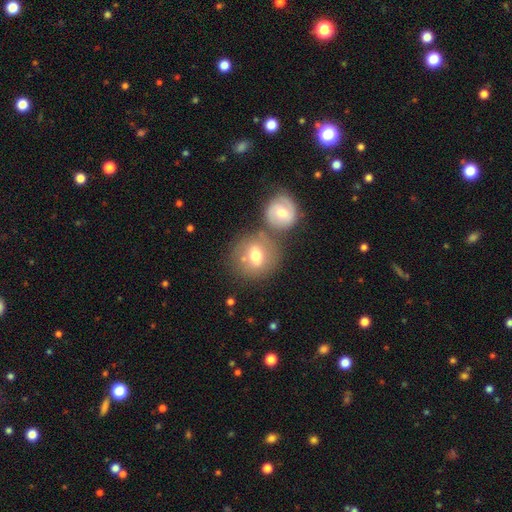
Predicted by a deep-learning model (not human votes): This appears to be a smooth galaxy with no disk features (64%) that is round (79%). Merging: none (54%).